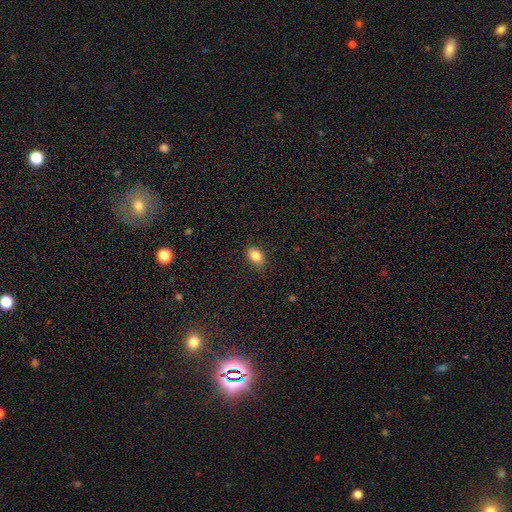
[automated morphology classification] Smooth or featured?
  - smooth: 84% *
  - star or artifact: 9%
  - featured or disk: 7%
How rounded?
  - in between: 81% *
  - round: 17%
  - cigar-shaped: 2%
Merging?
  - none: 83% *
  - minor disturbance: 13%
  - major disturbance: 3%
  - merger: 1%